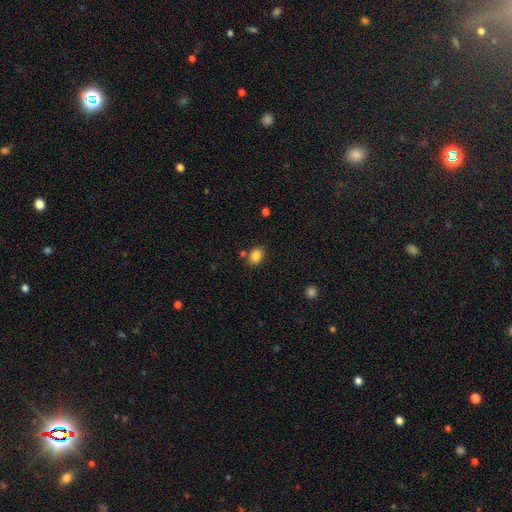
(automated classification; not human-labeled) This appears to be a smooth galaxy with no disk features (85%) that is in between round and cigar-shaped (56%). Merging: none (77%).